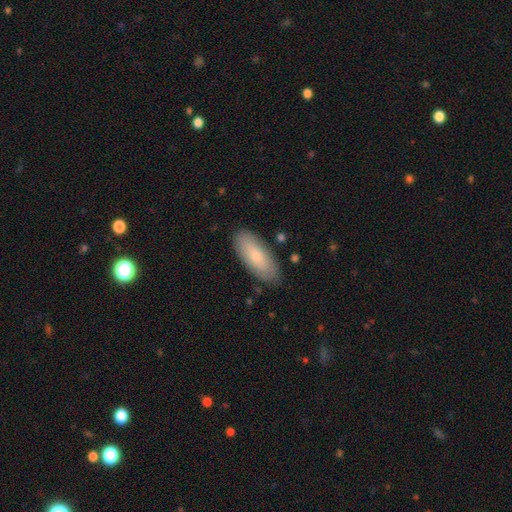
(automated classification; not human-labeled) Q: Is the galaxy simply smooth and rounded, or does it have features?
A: smooth — 77%.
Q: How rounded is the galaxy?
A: in between — 79%.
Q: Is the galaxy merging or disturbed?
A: none — 85%.